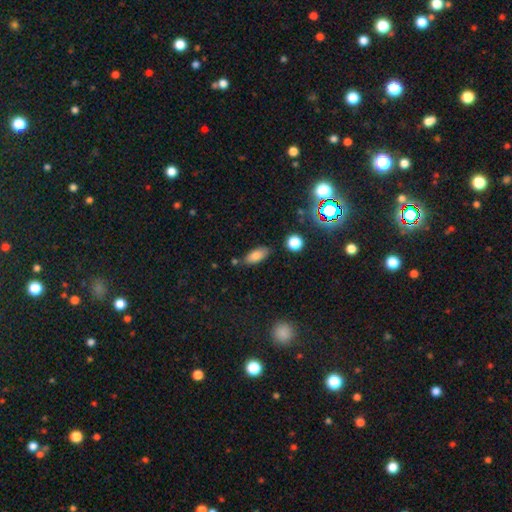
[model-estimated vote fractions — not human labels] Smooth or featured: smooth — 80% (featured or disk — 10%)
How rounded: in between — 85% (cigar-shaped — 11%)
Merging: none — 76% (minor disturbance — 15%)